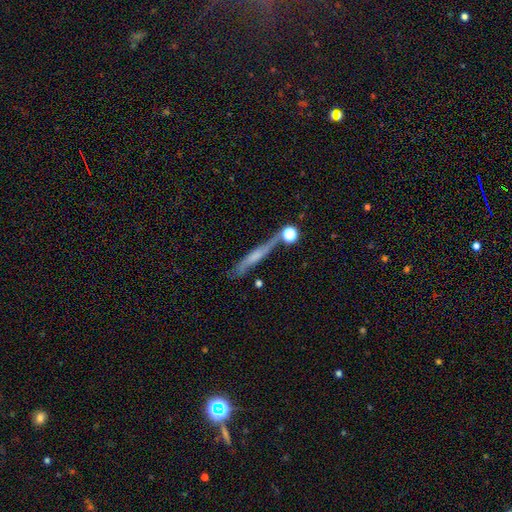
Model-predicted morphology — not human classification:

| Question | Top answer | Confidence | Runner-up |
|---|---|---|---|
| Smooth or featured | featured or disk | 51% | smooth (38%) |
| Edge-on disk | yes | 86% | no (14%) |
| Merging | none | 63% | minor disturbance (17%) |